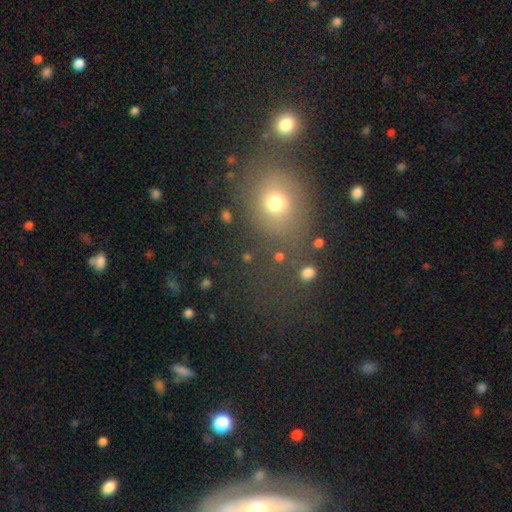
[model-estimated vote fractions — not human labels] Smooth or featured?
  - smooth: 54% *
  - star or artifact: 27%
  - featured or disk: 19%
How rounded?
  - round: 56% *
  - in between: 41%
  - cigar-shaped: 3%
Merging?
  - none: 70% *
  - minor disturbance: 13%
  - merger: 9%
  - major disturbance: 8%